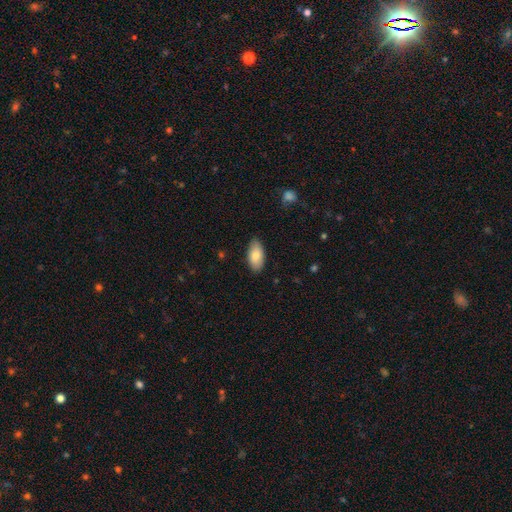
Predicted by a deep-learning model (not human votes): smooth 82%, featured or disk 12%, star or artifact 6%. Down the decision tree: how rounded — in between (94%); merging — none (84%).